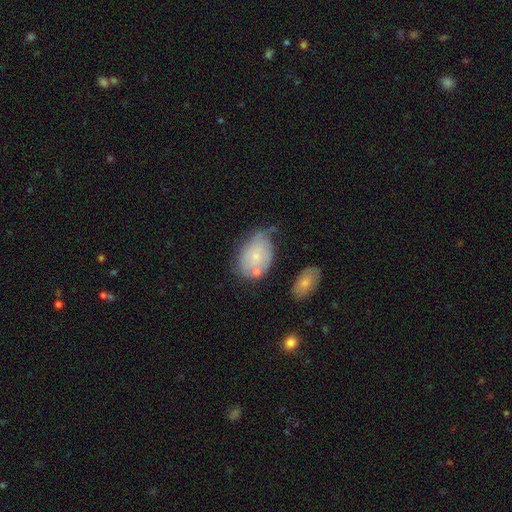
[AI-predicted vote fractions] Overall: smooth (53%; featured or disk 39%). How rounded: in between (81%). Merging: none (41%; minor disturbance 33%).